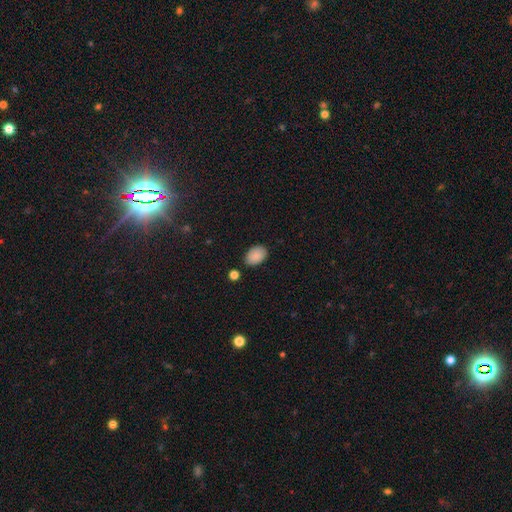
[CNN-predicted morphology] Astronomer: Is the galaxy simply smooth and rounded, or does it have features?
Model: smooth — 87%.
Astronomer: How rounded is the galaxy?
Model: in between — 87%.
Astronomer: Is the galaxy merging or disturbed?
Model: none — 83%.